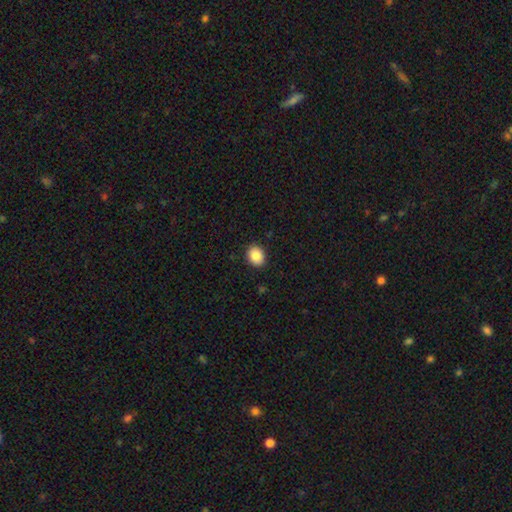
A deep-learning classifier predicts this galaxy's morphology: Smooth or featured: smooth — 87% (star or artifact — 8%)
How rounded: in between — 56% (round — 43%)
Merging: none — 90% (minor disturbance — 7%)